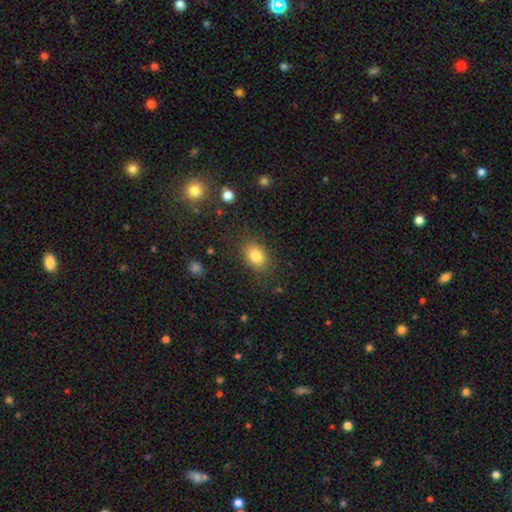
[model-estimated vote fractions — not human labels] Smooth or featured? smooth (82%)
How rounded? in between (67%)
Merging? none (83%)